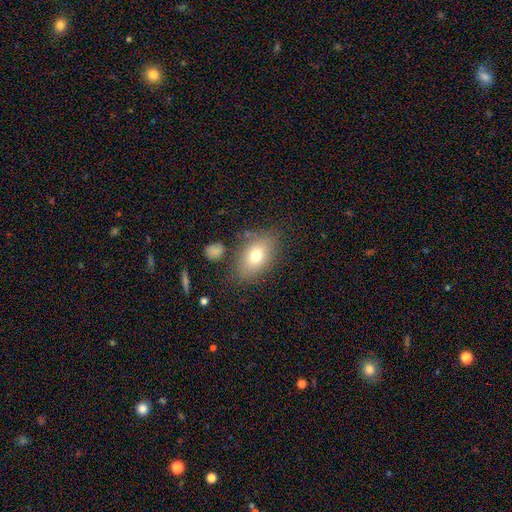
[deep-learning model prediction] smooth 74%, featured or disk 16%, star or artifact 10%. Down the decision tree: how rounded — in between (85%); merging — none (78%).